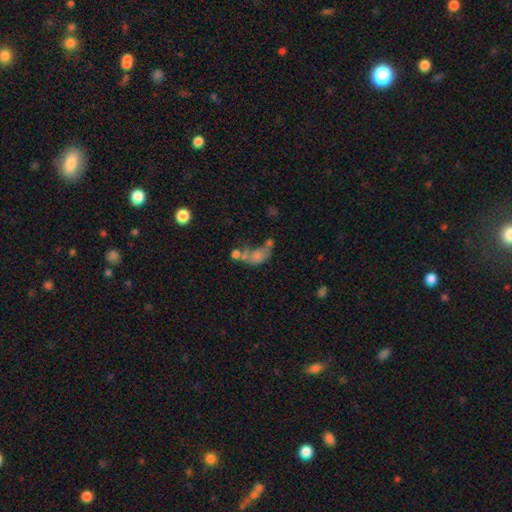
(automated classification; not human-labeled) A smooth galaxy with no disk features (60%) that is in between round and cigar-shaped (80%).

Vote fractions:
- Smooth or featured? smooth: 60% / featured or disk: 27% / star or artifact: 14%
- How rounded? in between: 80% / round: 17% / cigar-shaped: 3%
- Merging? merger: 48% / major disturbance: 23% / none: 17% / minor disturbance: 12%